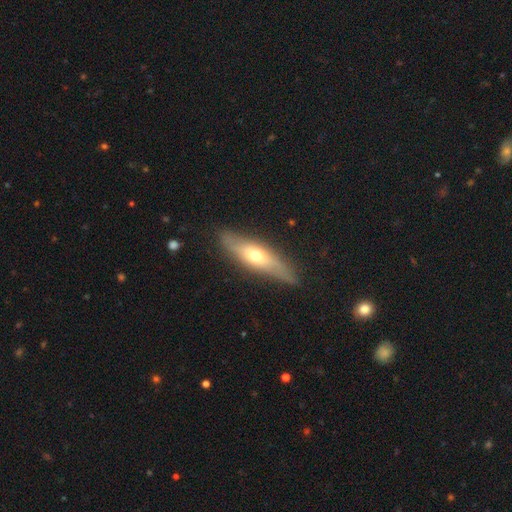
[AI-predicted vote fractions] Smooth or featured?
  - featured or disk: 54% *
  - smooth: 40%
  - star or artifact: 6%
Edge-on disk?
  - yes: 69% *
  - no: 31%
Merging?
  - none: 82% *
  - minor disturbance: 13%
  - major disturbance: 3%
  - merger: 1%